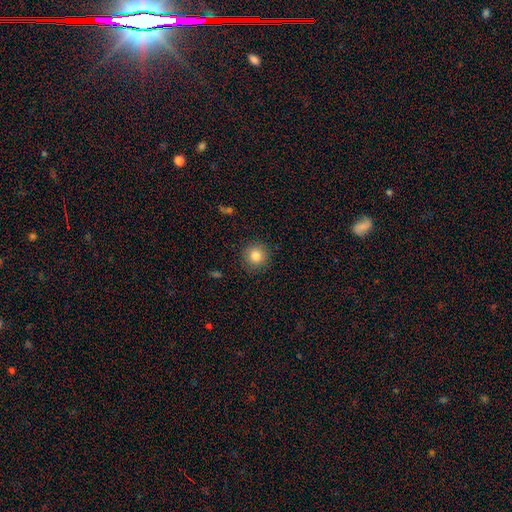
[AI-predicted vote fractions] smooth 83%, star or artifact 10%, featured or disk 7%. Down the decision tree: how rounded — round (93%); merging — none (89%).